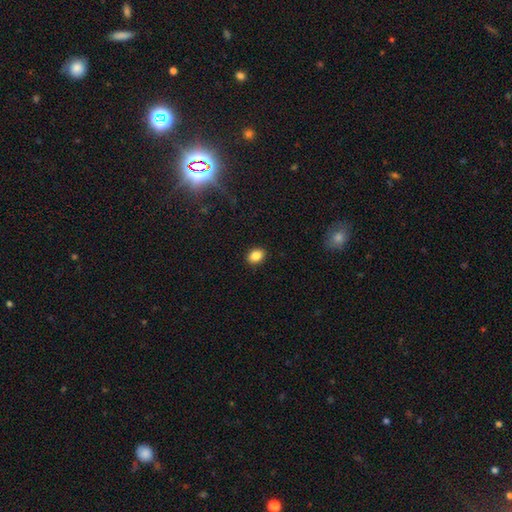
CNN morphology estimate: A smooth galaxy with no disk features (87%) that is in between round and cigar-shaped (67%).

Vote fractions:
- Smooth or featured? smooth: 87% / star or artifact: 9% / featured or disk: 4%
- How rounded? in between: 67% / round: 32% / cigar-shaped: 1%
- Merging? none: 90% / minor disturbance: 7% / major disturbance: 2% / merger: 1%